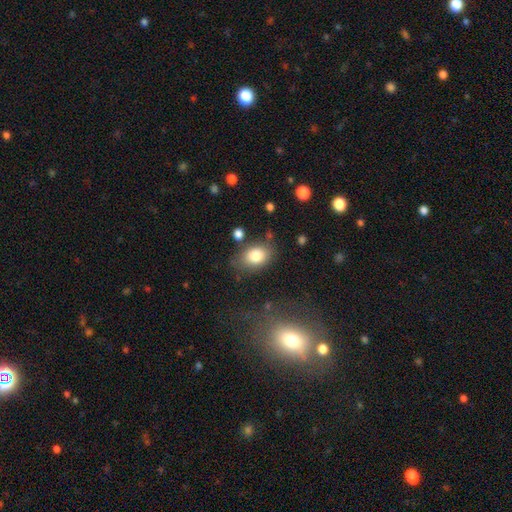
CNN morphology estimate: A smooth galaxy with no disk features (82%) that is in between round and cigar-shaped (80%). Merging: none (72%).